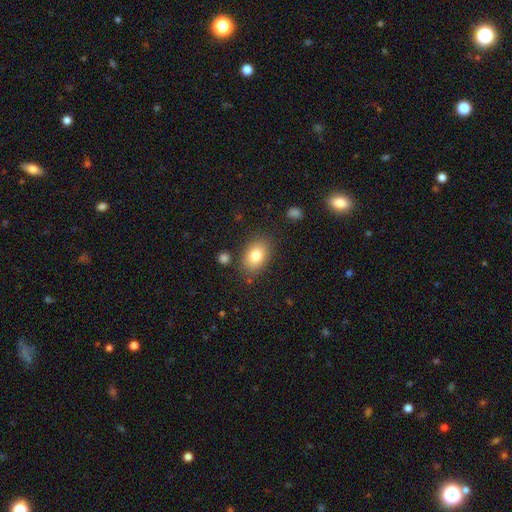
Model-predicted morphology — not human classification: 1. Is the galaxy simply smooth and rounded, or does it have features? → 81% smooth, 11% featured or disk, 8% star or artifact.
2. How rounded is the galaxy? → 84% in between, 15% round, 1% cigar-shaped.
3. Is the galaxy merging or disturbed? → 81% none, 12% minor disturbance, 3% major disturbance, 3% merger.